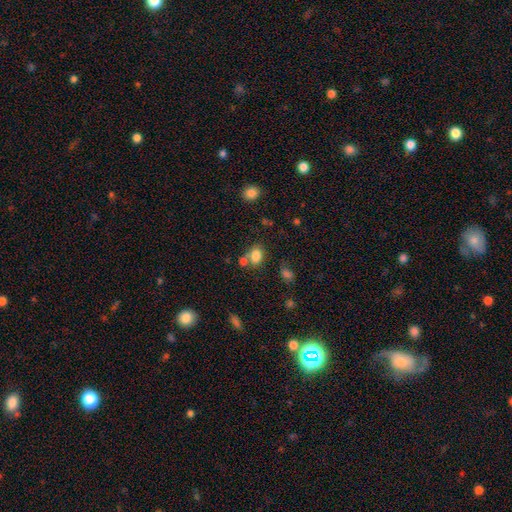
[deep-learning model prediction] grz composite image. It shows a smooth galaxy with no disk features (81%) that is in between round and cigar-shaped (71%). Merging: none (55%).